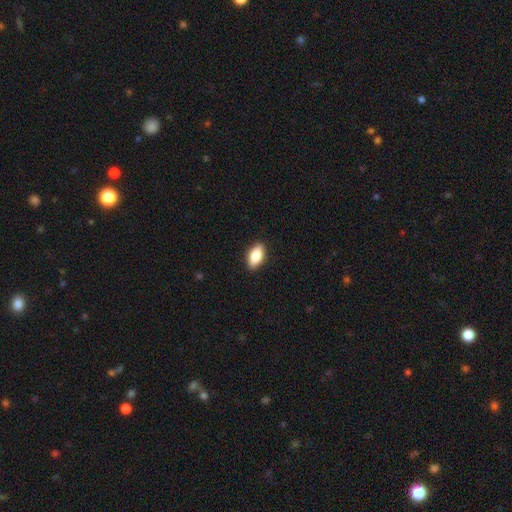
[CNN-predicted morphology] type=smooth (83%); roundness=in between (90%); merging=none (89%).